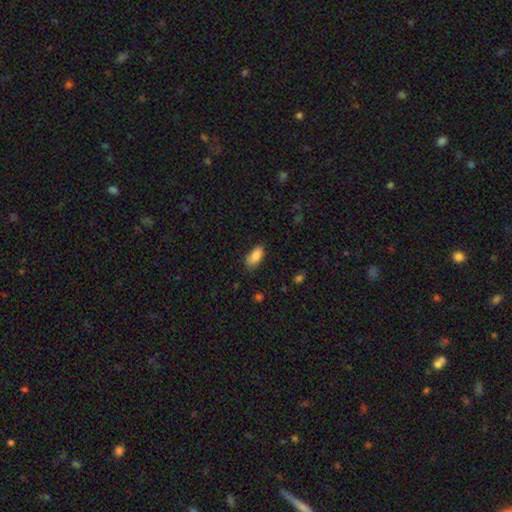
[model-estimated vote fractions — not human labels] The model was most divided on "merging": none: 75%, minor disturbance: 20%, major disturbance: 3%, merger: 1%. More confident: how rounded — in between (90%); smooth or featured — smooth (86%).